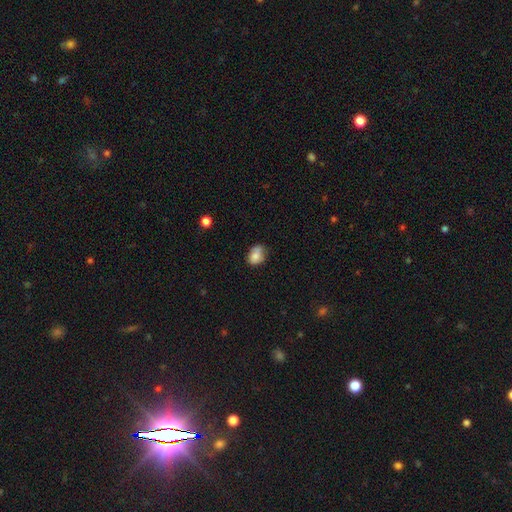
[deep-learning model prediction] Smooth or featured? Predicted: smooth (p=0.81). How rounded? Predicted: in between (p=0.67). Merging? Predicted: none (p=0.56).